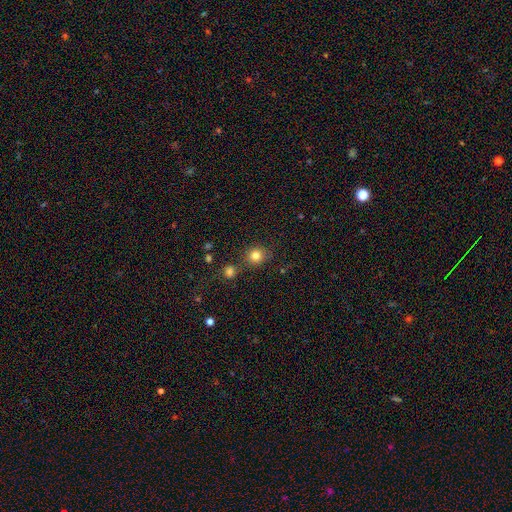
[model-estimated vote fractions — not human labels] Smooth or featured? Predicted: smooth (p=0.81). How rounded? Predicted: round (p=0.86). Merging? Predicted: none (p=0.75).